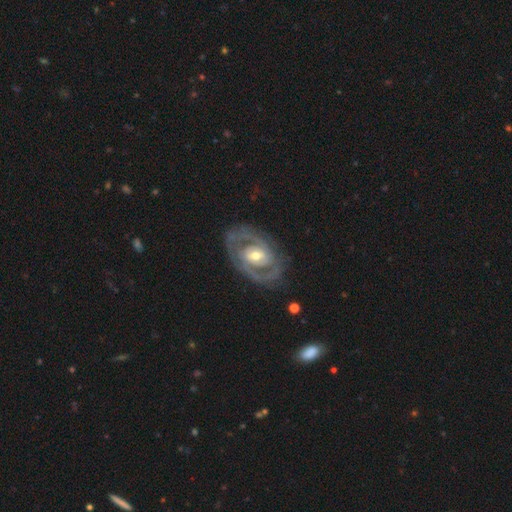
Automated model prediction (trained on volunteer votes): Morphology: type=featured or disk (85%); edge-on=no (96%); bar=no (43%); spiral arms=yes (81%); winding=tight (52%); arm count=2 (69%); bulge=moderate (68%); merging=none (75%).